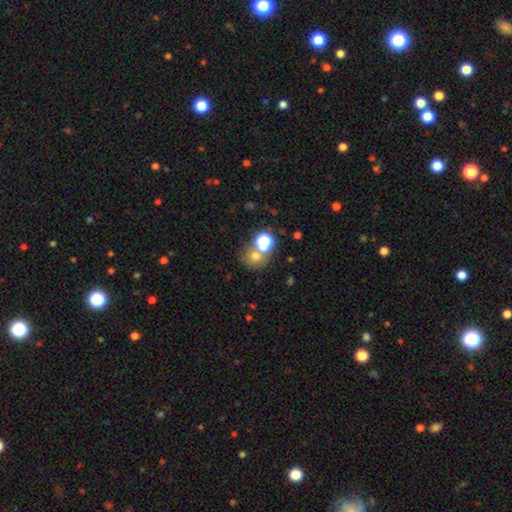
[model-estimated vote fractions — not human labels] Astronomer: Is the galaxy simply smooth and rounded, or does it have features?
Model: smooth — 62%.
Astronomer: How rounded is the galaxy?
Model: round — 72%.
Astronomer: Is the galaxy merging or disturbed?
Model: none — 47% (runner-up: merger, 38%).